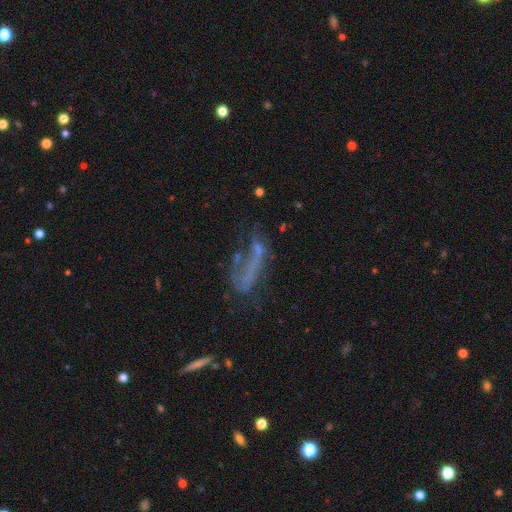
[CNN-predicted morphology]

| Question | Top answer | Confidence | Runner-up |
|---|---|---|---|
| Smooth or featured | featured or disk | 46% | smooth (36%) |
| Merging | major disturbance | 40% | none (29%) |